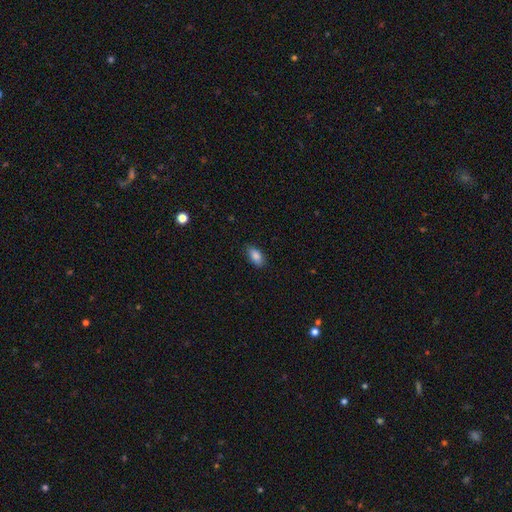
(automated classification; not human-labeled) Smooth or featured: smooth — 85% (star or artifact — 7%)
How rounded: in between — 91% (cigar-shaped — 5%)
Merging: none — 85% (minor disturbance — 12%)